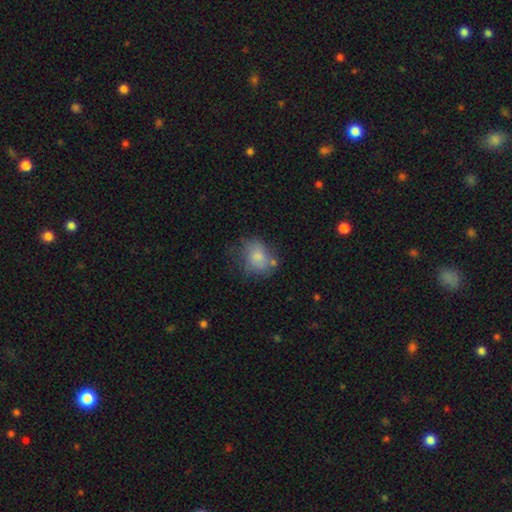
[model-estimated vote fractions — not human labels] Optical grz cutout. It shows a smooth galaxy with no disk features (75%) that is round (59%). Merging: none (55%).